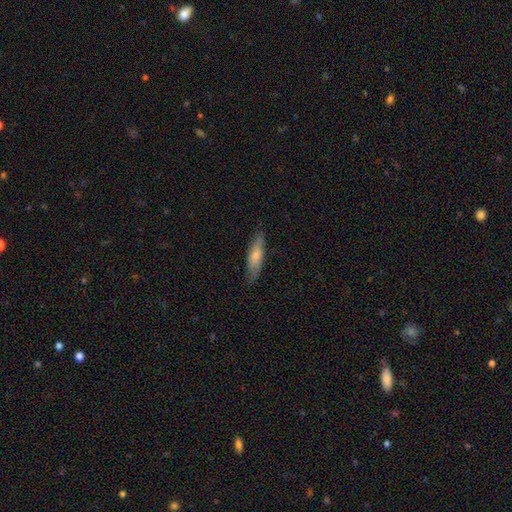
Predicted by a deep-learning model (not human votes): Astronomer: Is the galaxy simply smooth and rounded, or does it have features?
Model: smooth — 64%.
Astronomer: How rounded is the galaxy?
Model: cigar-shaped — 58% (runner-up: in between, 40%).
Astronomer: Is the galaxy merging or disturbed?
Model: none — 75%.